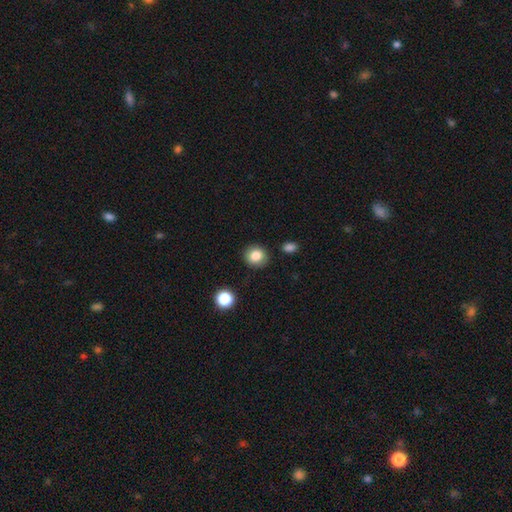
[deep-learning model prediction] Smooth or featured: smooth — 84% (star or artifact — 10%)
How rounded: round — 83% (in between — 16%)
Merging: none — 88% (minor disturbance — 8%)